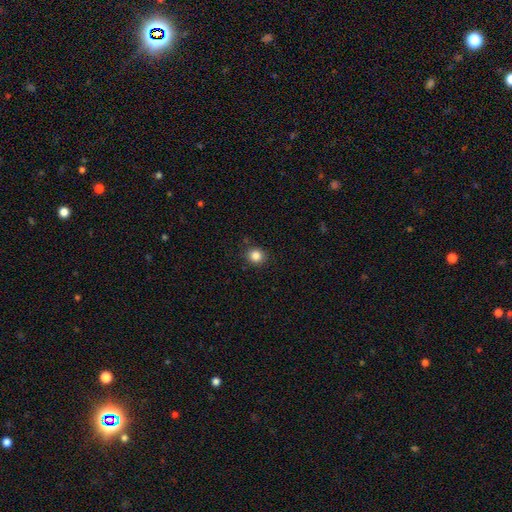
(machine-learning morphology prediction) The model was most divided on "how rounded": round: 85%, in between: 14%, cigar-shaped: 1%. More confident: merging — none (88%); smooth or featured — smooth (85%).